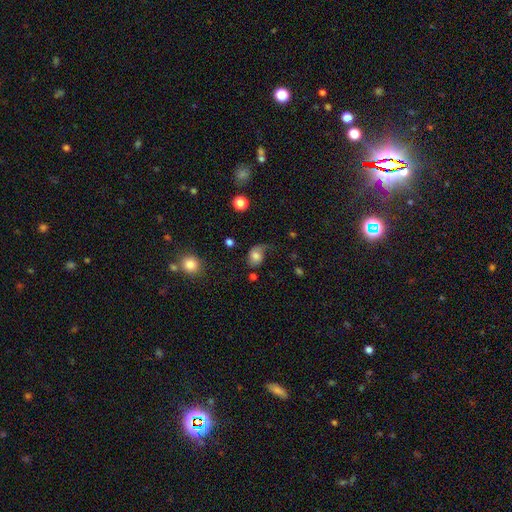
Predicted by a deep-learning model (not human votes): Smooth or featured? smooth (70%)
How rounded? in between (65%)
Merging? none (38%)